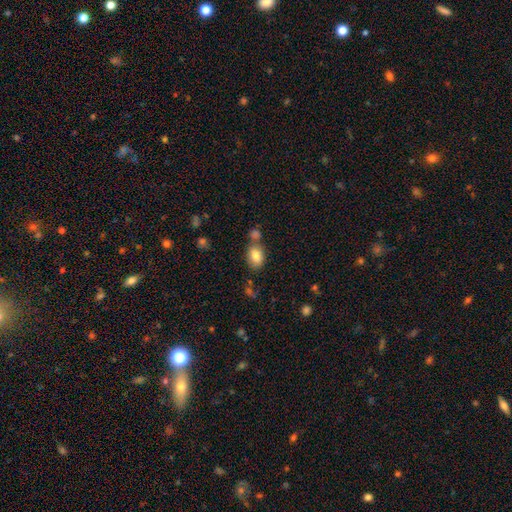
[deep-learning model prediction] smooth_or_featured: smooth (p=0.82) [alt: featured or disk p=0.10]
how_rounded: in between (p=0.81) [alt: round p=0.18]
merging: none (p=0.63) [alt: merger p=0.20]